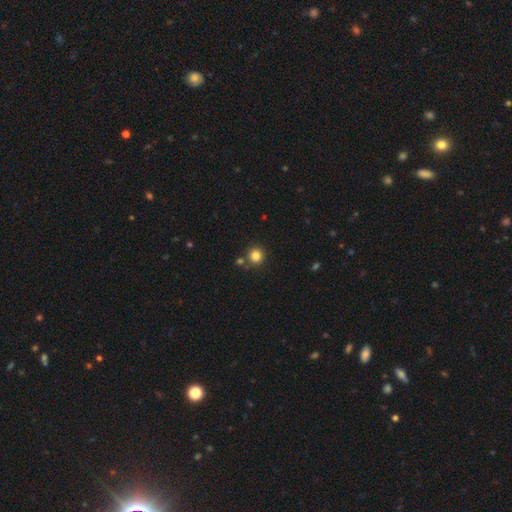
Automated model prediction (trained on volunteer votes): This appears to be a smooth galaxy with no disk features (83%) that is round (94%). Merging: none (80%).